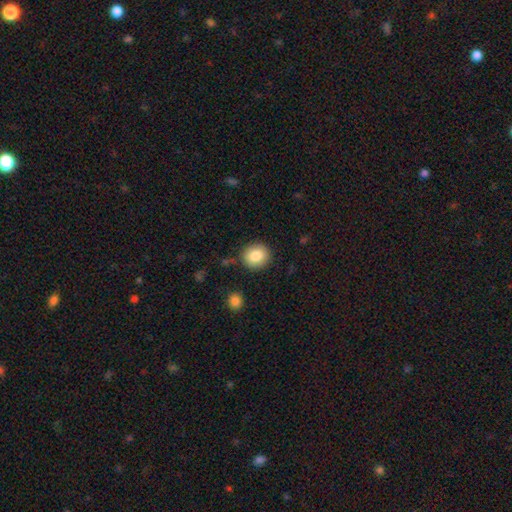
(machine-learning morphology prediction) smooth-or-featured: smooth: 85% | star or artifact: 8% | featured or disk: 6%
  how-rounded: round: 86% | in between: 13% | cigar-shaped: 1%
  merging: none: 87% | minor disturbance: 8% | major disturbance: 3% | merger: 2%